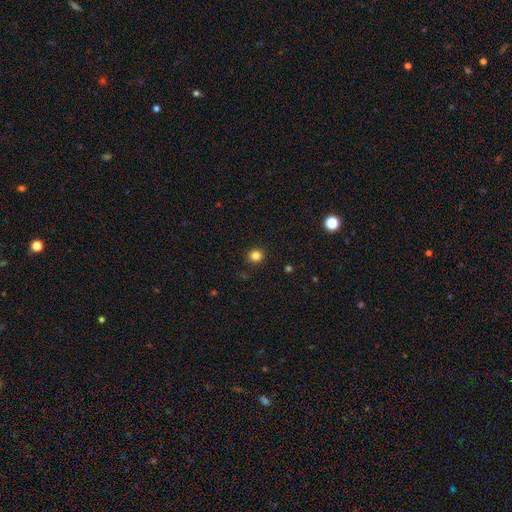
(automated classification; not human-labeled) Q: Smooth or featured?
A: smooth (83%); runner-up: star or artifact (12%)
Q: How rounded?
A: round (89%); runner-up: in between (11%)
Q: Merging?
A: none (91%); runner-up: minor disturbance (6%)